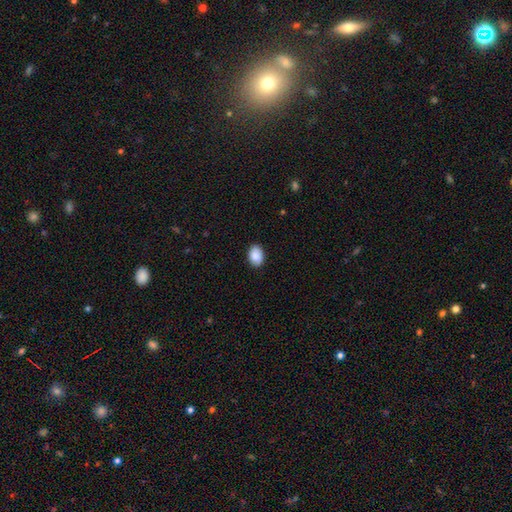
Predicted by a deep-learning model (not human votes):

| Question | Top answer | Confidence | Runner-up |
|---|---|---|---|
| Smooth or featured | smooth | 88% | star or artifact (7%) |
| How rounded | in between | 82% | round (17%) |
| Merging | none | 88% | minor disturbance (9%) |